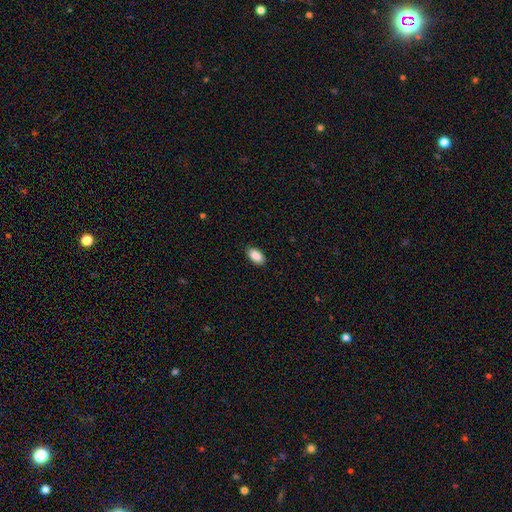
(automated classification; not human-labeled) Smooth or featured? Predicted: smooth (p=0.89). How rounded? Predicted: in between (p=0.94). Merging? Predicted: none (p=0.89).